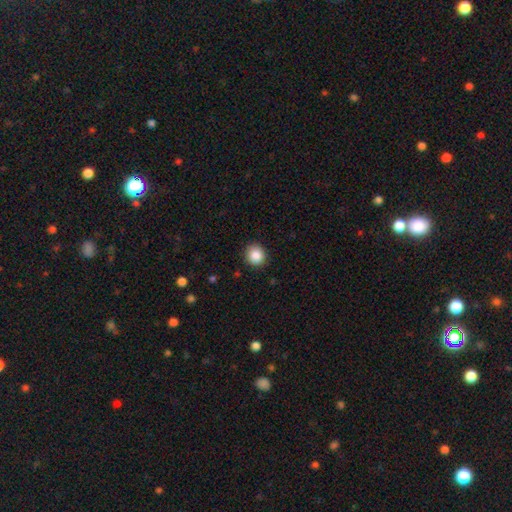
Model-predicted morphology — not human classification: smooth_or_featured: smooth (p=0.87) [alt: star or artifact p=0.09]
how_rounded: round (p=0.87) [alt: in between p=0.12]
merging: none (p=0.90) [alt: minor disturbance p=0.07]